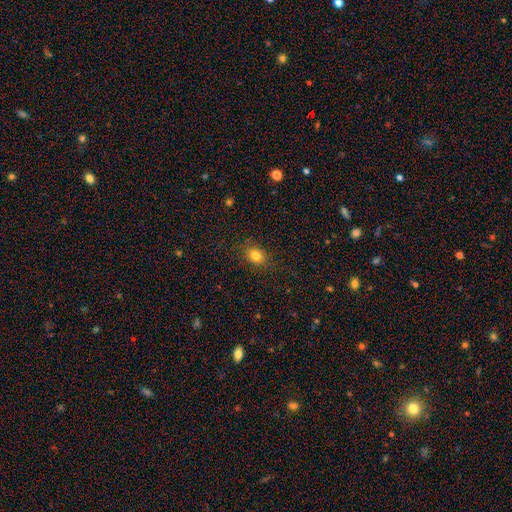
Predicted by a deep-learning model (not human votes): Smooth or featured? smooth (81%)
How rounded? round (50%)
Merging? none (85%)